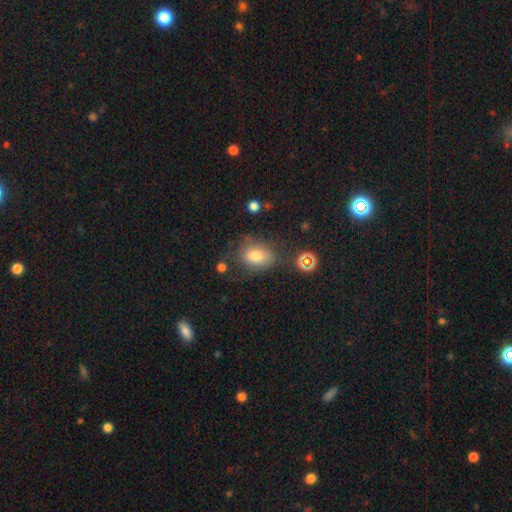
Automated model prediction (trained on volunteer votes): This appears to be a smooth galaxy with no disk features (76%) that is in between round and cigar-shaped (67%). Merging: none (64%).